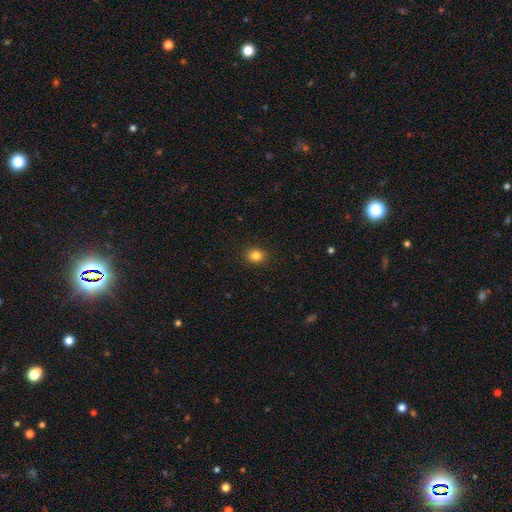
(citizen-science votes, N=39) smooth_or_featured: smooth (p=0.97) [alt: featured or disk p=0.03]
how_rounded: round (p=0.61) [alt: in between p=0.39]
merging: none (p=0.97) [alt: minor disturbance p=0.03]